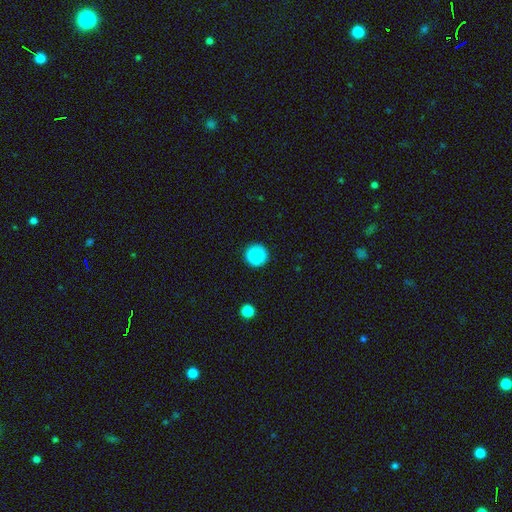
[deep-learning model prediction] A smooth galaxy with no disk features (88%) that is round (95%). Merging: none (89%).